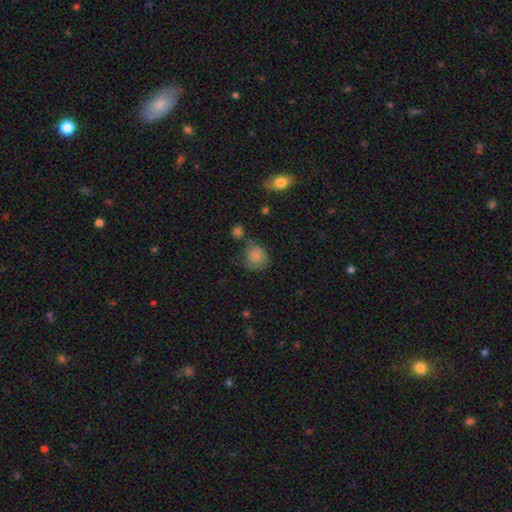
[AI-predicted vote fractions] smooth 79%, star or artifact 11%, featured or disk 11%. Down the decision tree: how rounded — round (74%); merging — none (50%).